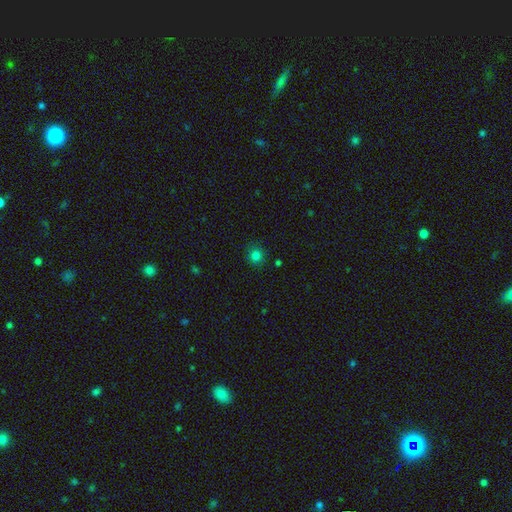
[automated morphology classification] Overall: smooth (79%). How rounded: round (89%). Merging: none (87%).